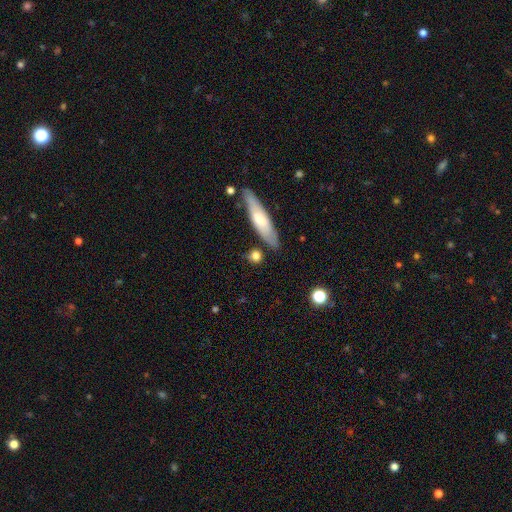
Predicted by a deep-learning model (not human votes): smooth_or_featured: smooth (p=0.75) [alt: featured or disk p=0.17]
how_rounded: round (p=0.44) [alt: cigar-shaped p=0.29]
merging: none (p=0.75) [alt: minor disturbance p=0.13]